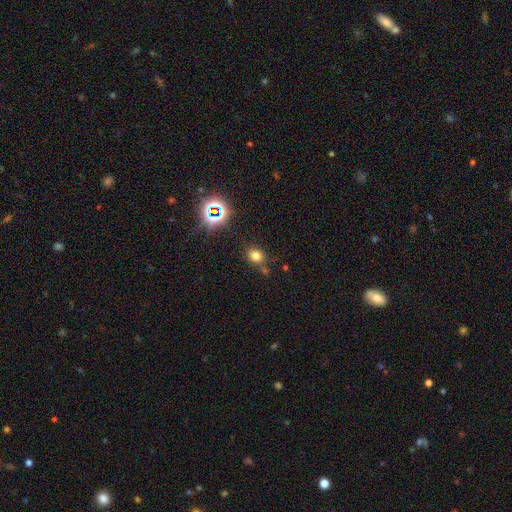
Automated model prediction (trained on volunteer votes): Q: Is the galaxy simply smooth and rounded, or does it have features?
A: smooth — 71%.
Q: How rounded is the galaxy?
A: round — 67%.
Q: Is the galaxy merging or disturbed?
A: none — 75%.